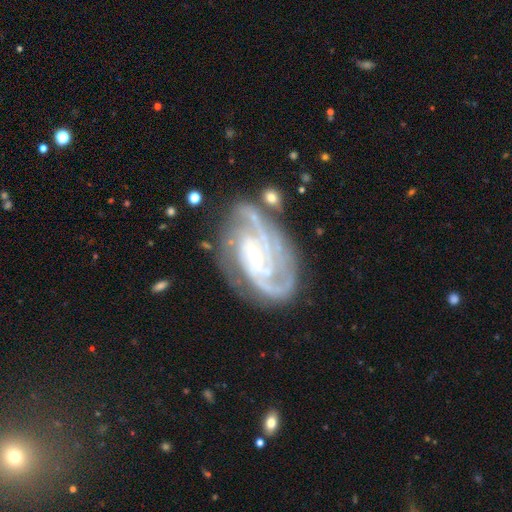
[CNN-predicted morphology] Overall: featured or disk (90%). Edge-on disk: no (97%). Bar: weak (44%; no 35%). Spiral arms: yes (97%). Spiral arm count: 3 (34%; 2 28%). Spiral winding: tight (56%; medium 37%). Bulge size: small (68%). Merging: none (63%).